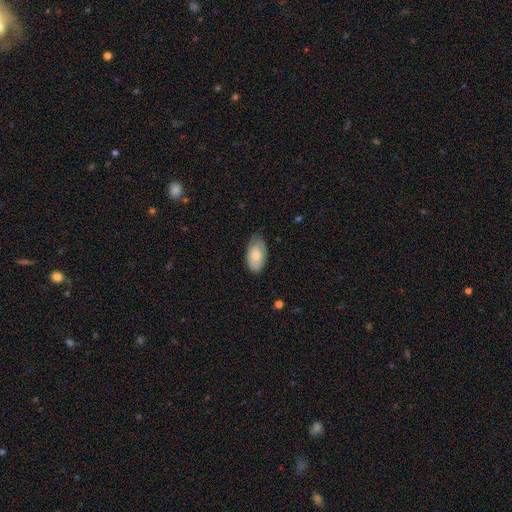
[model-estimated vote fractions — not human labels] This is likely a smooth galaxy (75%). How rounded: clearly in between (94%). Merging: likely none (60%).